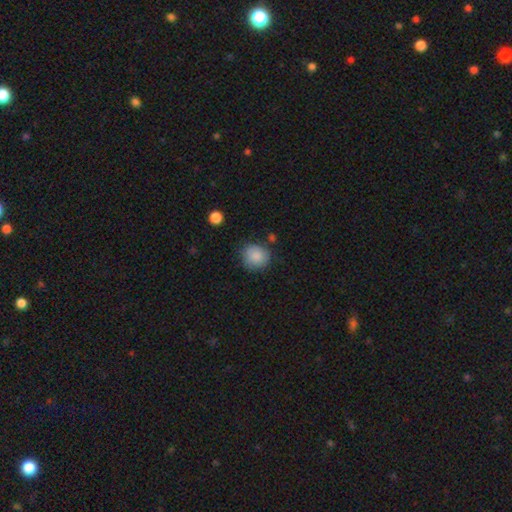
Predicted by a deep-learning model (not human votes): Q: Smooth or featured?
A: smooth (86%); runner-up: star or artifact (8%)
Q: How rounded?
A: round (85%); runner-up: in between (14%)
Q: Merging?
A: none (76%); runner-up: minor disturbance (16%)